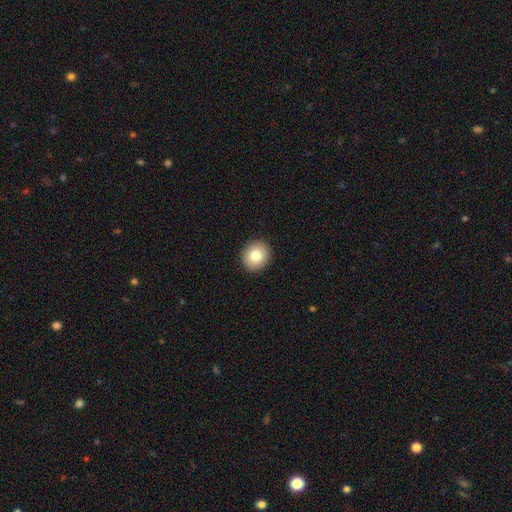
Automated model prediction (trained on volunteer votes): smooth_or_featured: smooth (p=0.81) [alt: featured or disk p=0.10]
how_rounded: round (p=0.81) [alt: in between p=0.18]
merging: none (p=0.92) [alt: minor disturbance p=0.05]